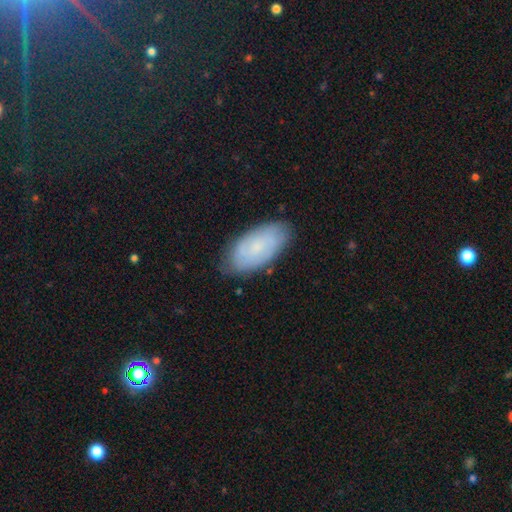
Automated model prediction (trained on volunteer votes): This appears to be a smooth galaxy with no disk features (57%) that is in between round and cigar-shaped (93%). Merging: none (76%).